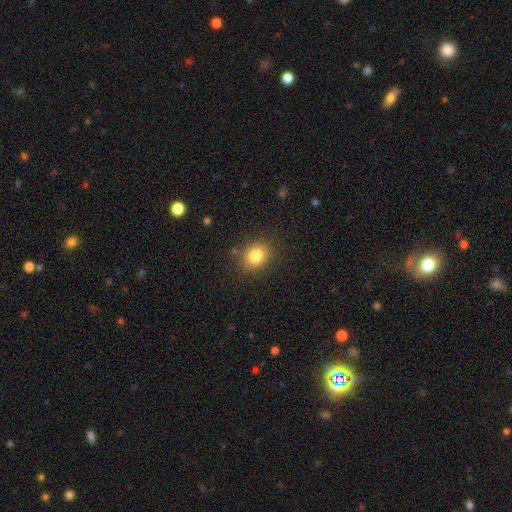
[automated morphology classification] Smooth or featured? Predicted: smooth (p=0.82). How rounded? Predicted: round (p=0.62). Merging? Predicted: none (p=0.85).